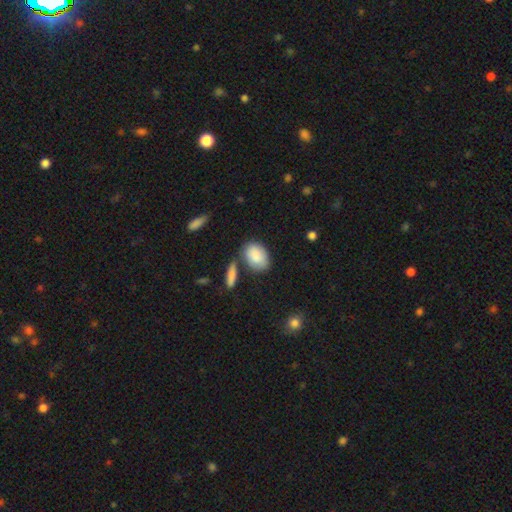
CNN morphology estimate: This is clearly a smooth galaxy (86%). How rounded: clearly in between (85%). Merging: possibly none (60%).